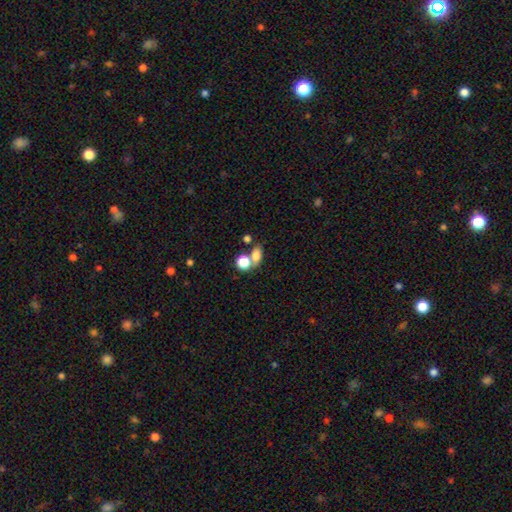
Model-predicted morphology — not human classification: smooth_or_featured: smooth (p=0.76) [alt: star or artifact p=0.14]
how_rounded: in between (p=0.68) [alt: round p=0.29]
merging: none (p=0.45) [alt: merger p=0.40]